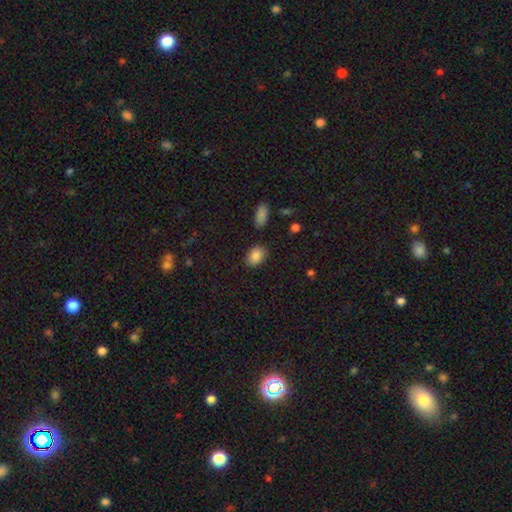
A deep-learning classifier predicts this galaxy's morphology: type=smooth (86%); roundness=in between (72%); merging=none (83%).